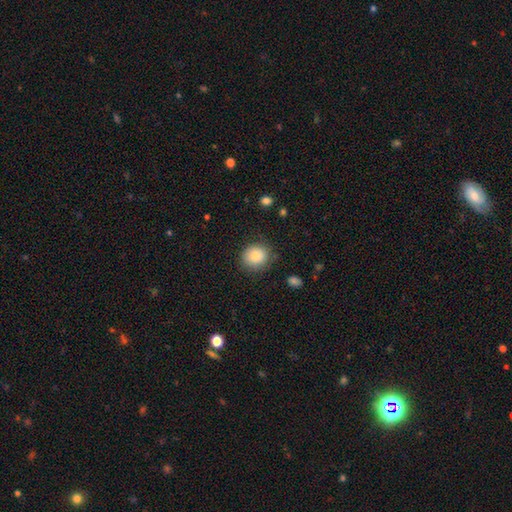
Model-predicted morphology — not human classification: The model was most divided on "how rounded": round: 81%, in between: 18%, cigar-shaped: 1%. More confident: smooth or featured — smooth (82%); merging — none (82%).